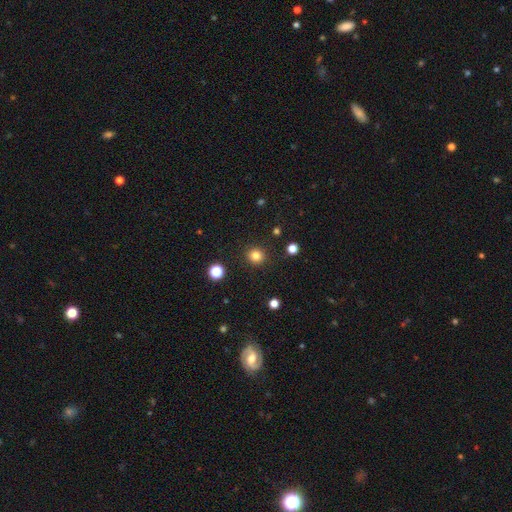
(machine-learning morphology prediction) Overall: smooth (82%). How rounded: round (92%). Merging: none (91%).